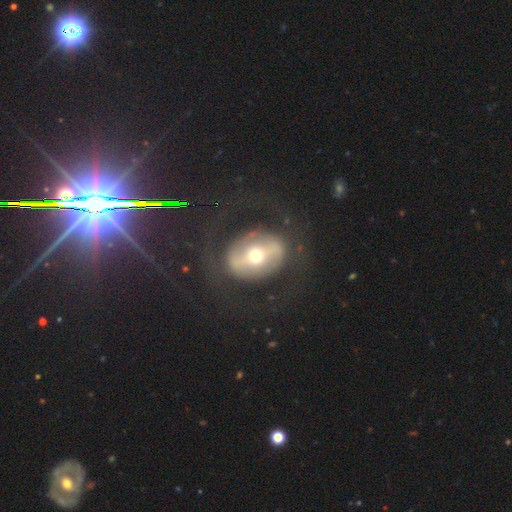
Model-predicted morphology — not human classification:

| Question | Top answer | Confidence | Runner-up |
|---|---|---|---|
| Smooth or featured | featured or disk | 59% | smooth (32%) |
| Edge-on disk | no | 91% | yes (9%) |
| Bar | strong | 54% | weak (24%) |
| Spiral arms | no | 69% | yes (31%) |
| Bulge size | moderate | 67% | small (21%) |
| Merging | none | 74% | major disturbance (13%) |